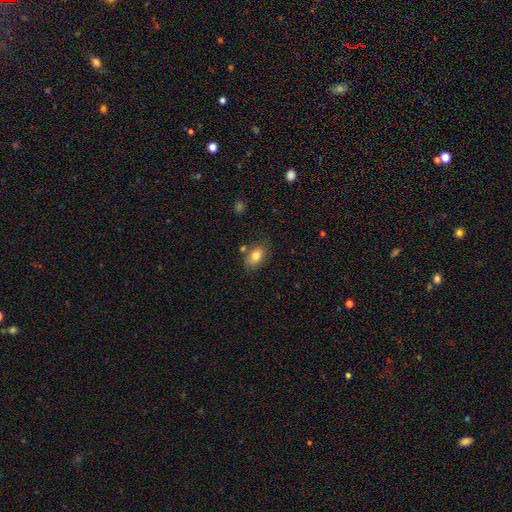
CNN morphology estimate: smooth_or_featured: smooth (p=0.80) [alt: featured or disk p=0.12]
how_rounded: in between (p=0.83) [alt: round p=0.16]
merging: none (p=0.74) [alt: minor disturbance p=0.15]